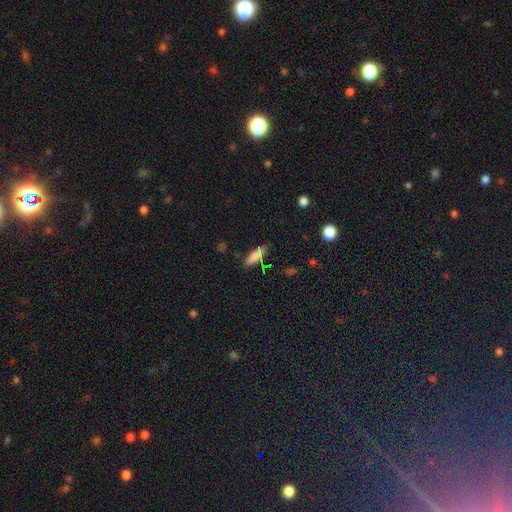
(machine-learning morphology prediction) Smooth or featured: smooth — 76% (star or artifact — 13%)
How rounded: in between — 61% (cigar-shaped — 36%)
Merging: none — 81% (minor disturbance — 13%)